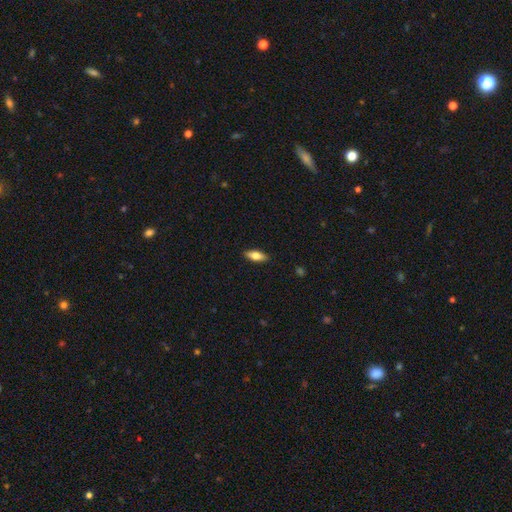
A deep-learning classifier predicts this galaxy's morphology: A smooth galaxy with no disk features (75%) that is in between round and cigar-shaped (76%). Merging: none (89%).